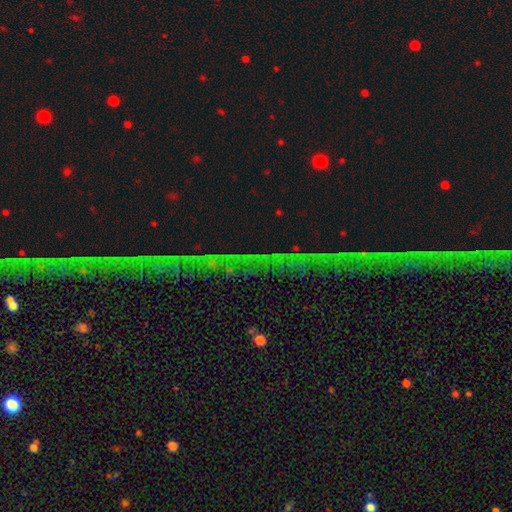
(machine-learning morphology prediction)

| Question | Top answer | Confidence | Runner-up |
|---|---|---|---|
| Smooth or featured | star or artifact | 76% | featured or disk (13%) |